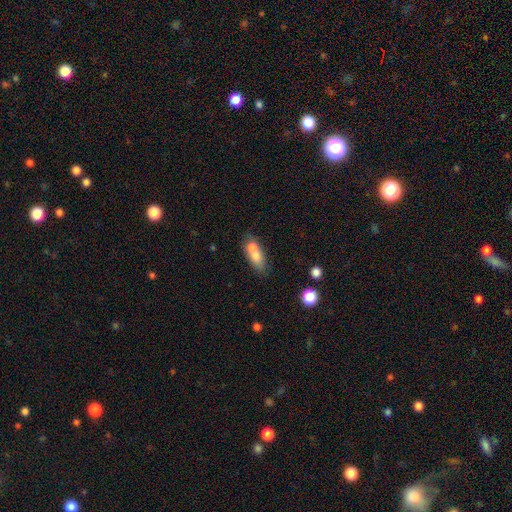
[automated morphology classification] This appears to be a smooth galaxy with no disk features (68%) that is in between round and cigar-shaped (70%). Merging: merger (51%).